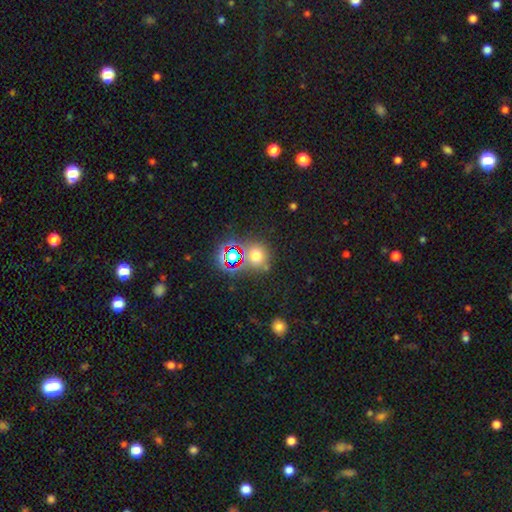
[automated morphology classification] Smooth or featured?
  - smooth: 58% *
  - star or artifact: 33%
  - featured or disk: 9%
How rounded?
  - round: 80% *
  - in between: 19%
  - cigar-shaped: 1%
Merging?
  - none: 70% *
  - minor disturbance: 12%
  - merger: 12%
  - major disturbance: 6%